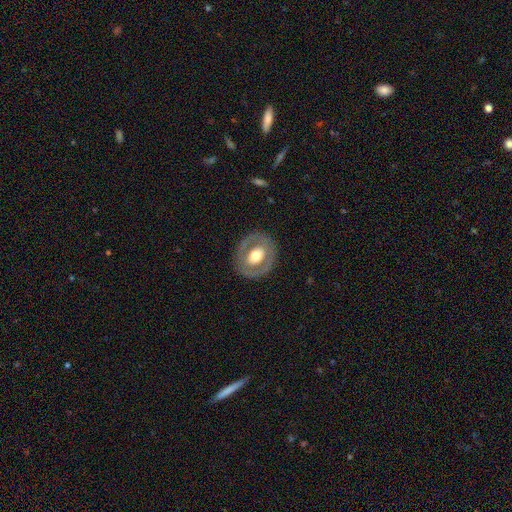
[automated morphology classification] smooth-or-featured: featured or disk: 55% | smooth: 39% | star or artifact: 6%
  disk-edge-on: no: 94% | yes: 6%
    bar: no: 66% | weak: 22% | strong: 11%
    has-spiral-arms: no: 82% | yes: 18%
    bulge-size: moderate: 57% | large: 34% | small: 5% | dominant: 3% | none: 1%
  merging: none: 83% | minor disturbance: 11% | major disturbance: 5% | merger: 1%